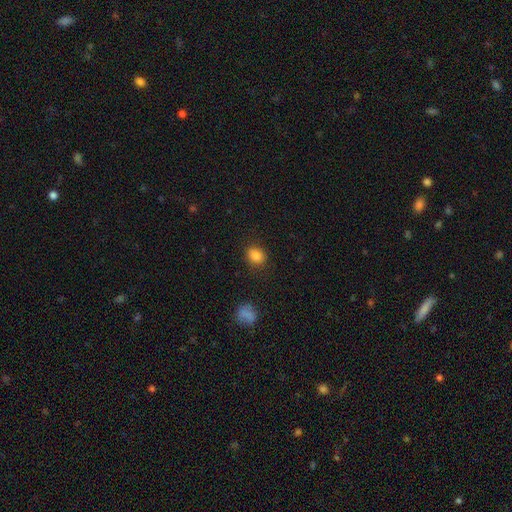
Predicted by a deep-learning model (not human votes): A smooth galaxy with no disk features (84%) that is round (55%). Merging: none (83%).